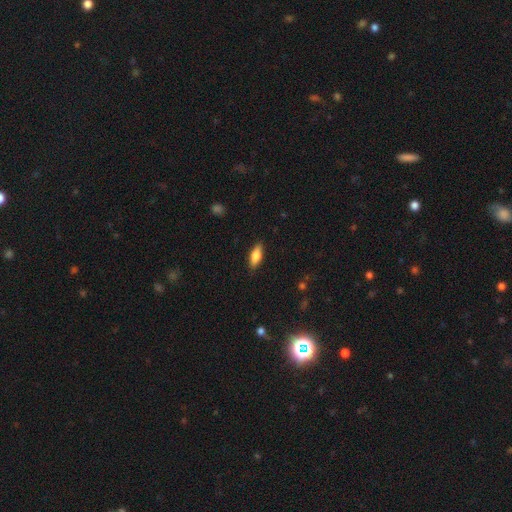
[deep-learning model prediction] Overall: smooth (75%). How rounded: in between (71%). Merging: none (87%).